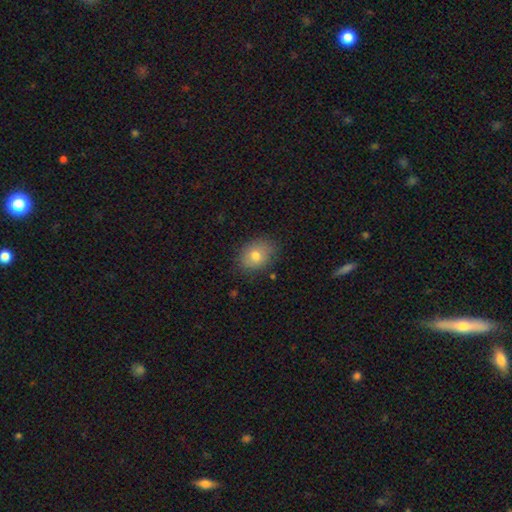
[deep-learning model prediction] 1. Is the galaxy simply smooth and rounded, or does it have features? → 77% smooth, 13% featured or disk, 10% star or artifact.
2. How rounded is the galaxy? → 63% in between, 36% round, 1% cigar-shaped.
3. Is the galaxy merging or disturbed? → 80% none, 15% minor disturbance, 3% major disturbance, 1% merger.